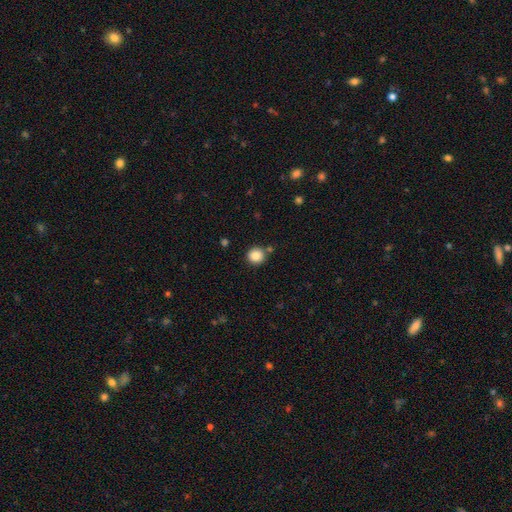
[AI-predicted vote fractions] A smooth galaxy with no disk features (86%) that is round (93%).

Vote fractions:
- Smooth or featured? smooth: 86% / star or artifact: 10% / featured or disk: 5%
- How rounded? round: 93% / in between: 6% / cigar-shaped: 1%
- Merging? none: 82% / minor disturbance: 8% / merger: 7% / major disturbance: 2%